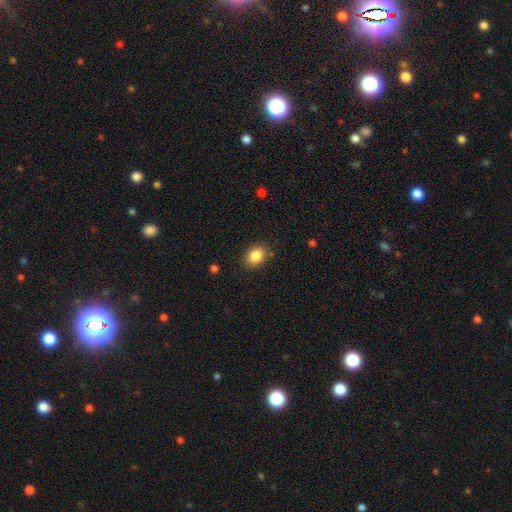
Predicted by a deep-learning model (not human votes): Smooth or featured? Predicted: smooth (p=0.85). How rounded? Predicted: in between (p=0.67). Merging? Predicted: none (p=0.85).